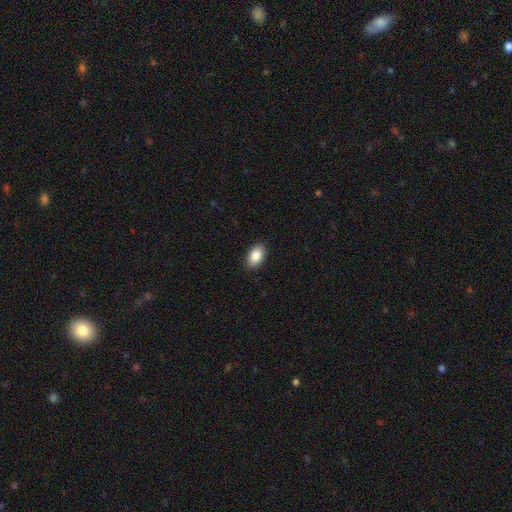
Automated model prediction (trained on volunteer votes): This appears to be a smooth galaxy with no disk features (87%) that is in between round and cigar-shaped (92%). Merging: none (90%).